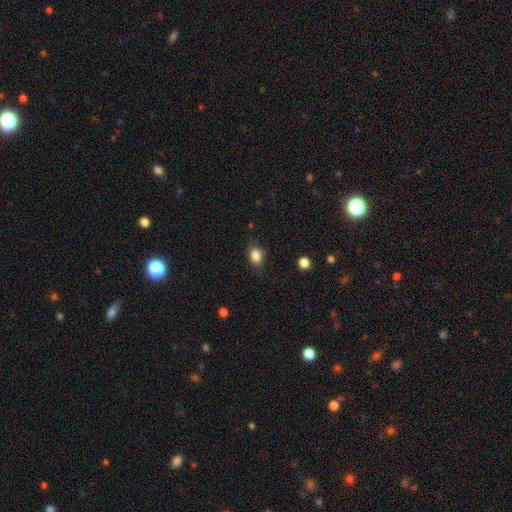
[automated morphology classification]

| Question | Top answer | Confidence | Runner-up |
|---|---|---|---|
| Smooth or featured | smooth | 85% | star or artifact (10%) |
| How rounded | in between | 65% | round (34%) |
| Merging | none | 79% | minor disturbance (16%) |